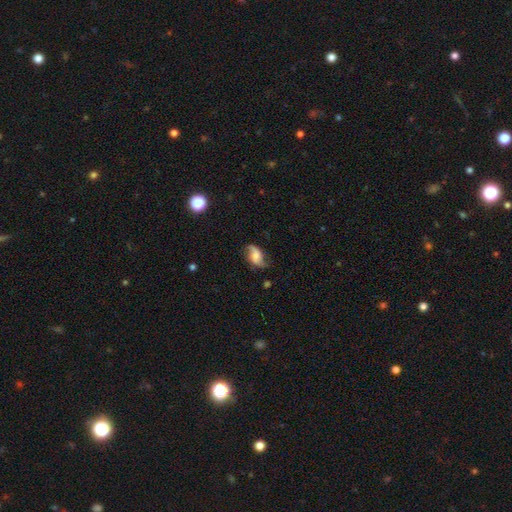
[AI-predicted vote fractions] smooth-or-featured: featured or disk: 57% | smooth: 33% | star or artifact: 10%
  disk-edge-on: no: 95% | yes: 5%
    bar: no: 60% | weak: 31% | strong: 9%
    has-spiral-arms: yes: 91% | no: 9%
    bulge-size: moderate: 27% (tied) | small: 27% (tied) | none: 23% | large: 18% | dominant: 5%
  merging: none: 66% | minor disturbance: 23% | major disturbance: 10% | merger: 2%